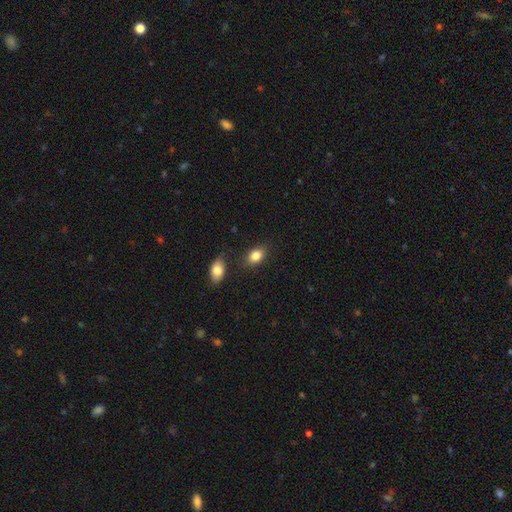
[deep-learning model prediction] smooth-or-featured: smooth: 83% | featured or disk: 8% | star or artifact: 8%
  how-rounded: in between: 83% | round: 15% | cigar-shaped: 2%
  merging: none: 79% | minor disturbance: 12% | merger: 6% | major disturbance: 3%